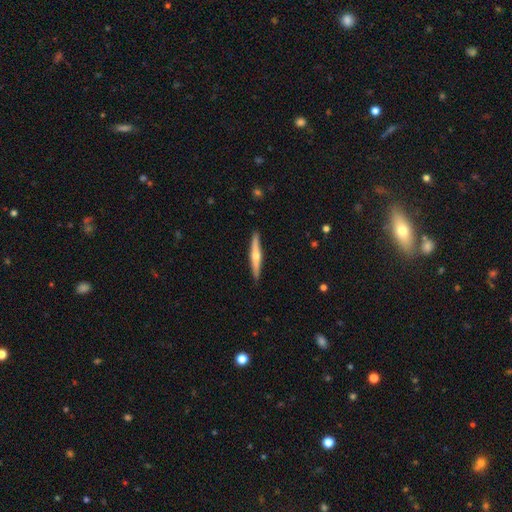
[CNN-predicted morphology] featured or disk 57%, smooth 38%, star or artifact 5%. Down the decision tree: edge-on disk — yes (96%); edge-on bulge — rounded (84%); merging — none (90%).